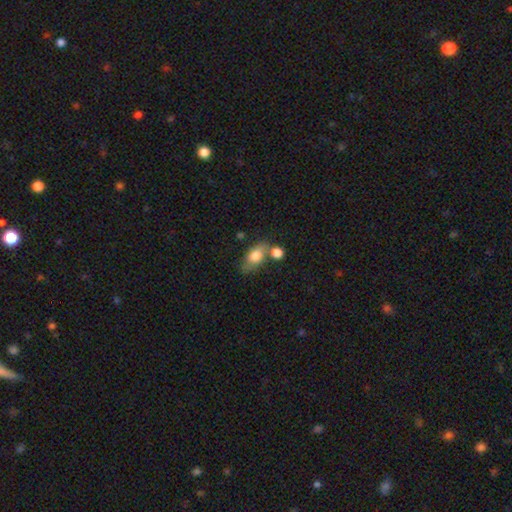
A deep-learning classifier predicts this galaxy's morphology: Smooth or featured: smooth — 75% (featured or disk — 18%)
How rounded: in between — 82% (round — 12%)
Merging: none — 53% (merger — 24%)